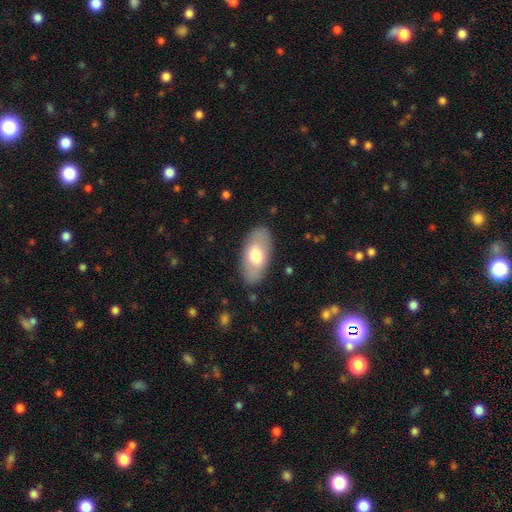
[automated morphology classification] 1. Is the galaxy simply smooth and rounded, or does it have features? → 67% smooth, 28% featured or disk, 6% star or artifact.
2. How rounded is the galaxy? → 93% in between, 4% cigar-shaped, 3% round.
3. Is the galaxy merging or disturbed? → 84% none, 11% minor disturbance, 3% major disturbance, 1% merger.